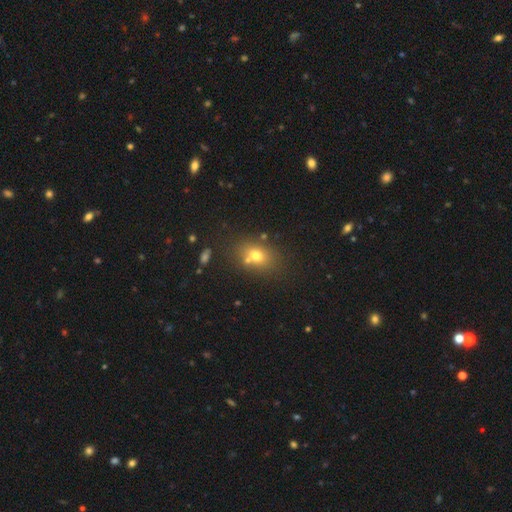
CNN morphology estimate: Q: Smooth or featured?
A: smooth (69%); runner-up: featured or disk (16%)
Q: How rounded?
A: in between (60%); runner-up: round (39%)
Q: Merging?
A: none (64%); runner-up: merger (20%)